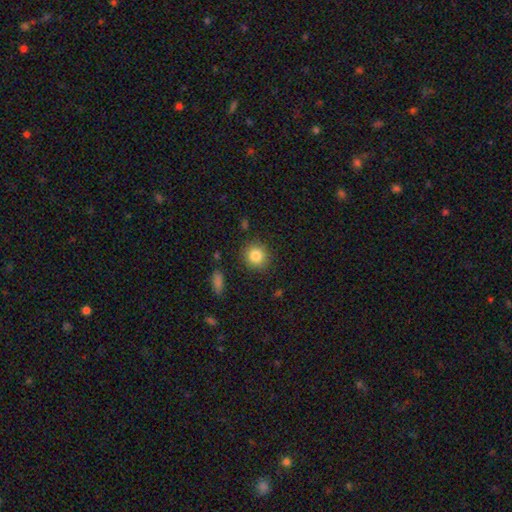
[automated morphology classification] Smooth or featured? Predicted: smooth (p=0.84). How rounded? Predicted: round (p=0.88). Merging? Predicted: none (p=0.88).